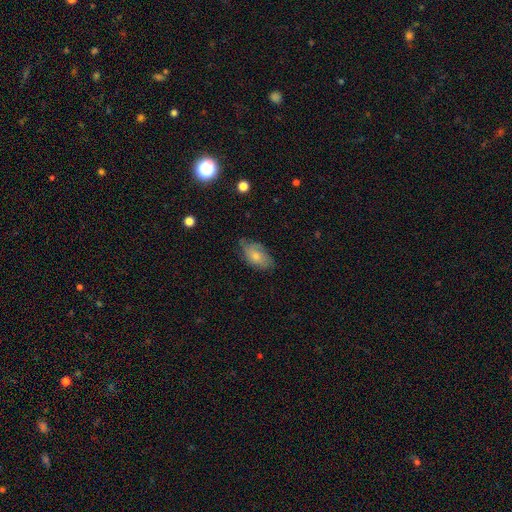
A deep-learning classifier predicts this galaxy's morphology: Overall: smooth (66%; featured or disk 28%). How rounded: in between (92%). Merging: none (62%; minor disturbance 30%).